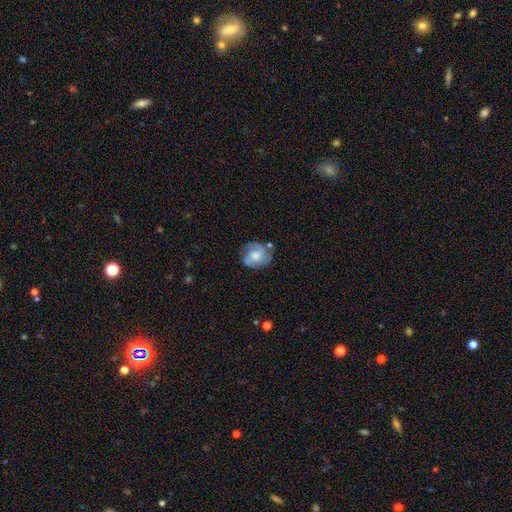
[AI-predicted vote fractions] A featured or disk galaxy (58%) with no bar (66%), spiral arms (79%) and a moderate central bulge (53%).

Vote fractions:
- Smooth or featured? featured or disk: 58% / smooth: 34% / star or artifact: 8%
- Edge-on disk? no: 97% / yes: 3%
- Bar? no: 66% / weak: 29% / strong: 5%
- Spiral arms? yes: 79% / no: 21%
- Bulge size? moderate: 53% / large: 21% / small: 18% / none: 7% / dominant: 2%
- Merging? none: 60% / minor disturbance: 24% / major disturbance: 10% / merger: 6%